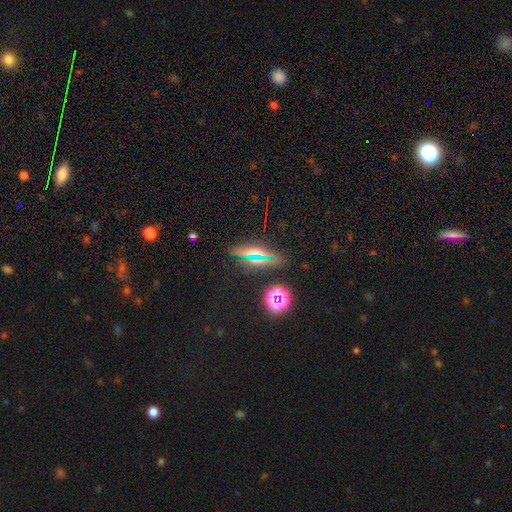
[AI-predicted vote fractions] Smooth or featured: smooth — 43% (star or artifact — 34%)
Merging: none — 82% (minor disturbance — 11%)